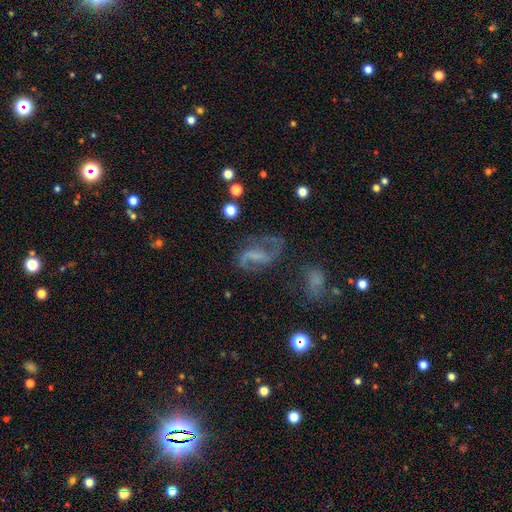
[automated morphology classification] The model was most divided on "bar": weak: 43%, strong: 35%, no: 23%. More confident: edge-on disk — no (97%); spiral arms — yes (91%); spiral arm count — 2 (87%); smooth or featured — featured or disk (79%); merging — none (58%); spiral winding — loose (54%); bulge size — none (54%).